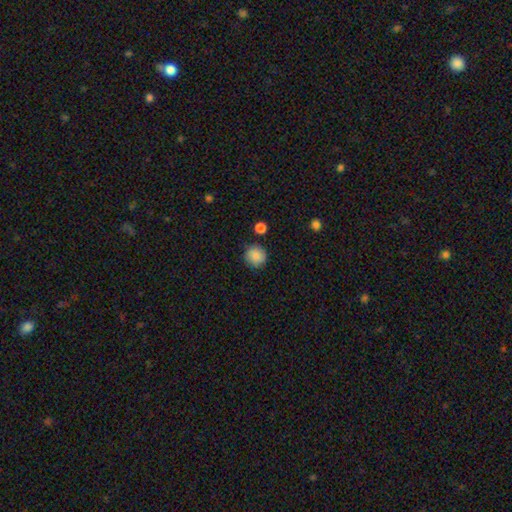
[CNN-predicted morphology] type=smooth (84%); roundness=round (92%); merging=none (85%).